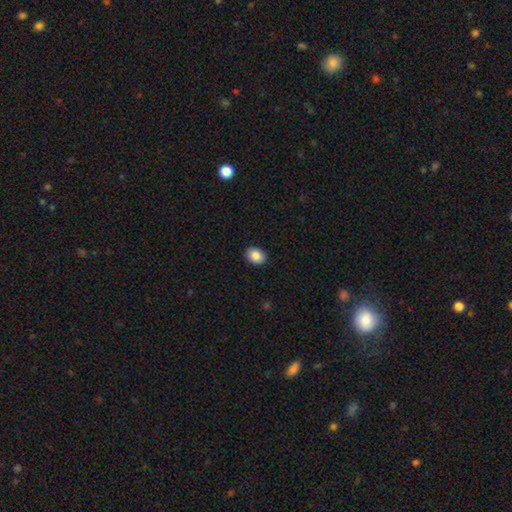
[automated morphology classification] Overall: smooth (86%). How rounded: in between (70%). Merging: none (90%).